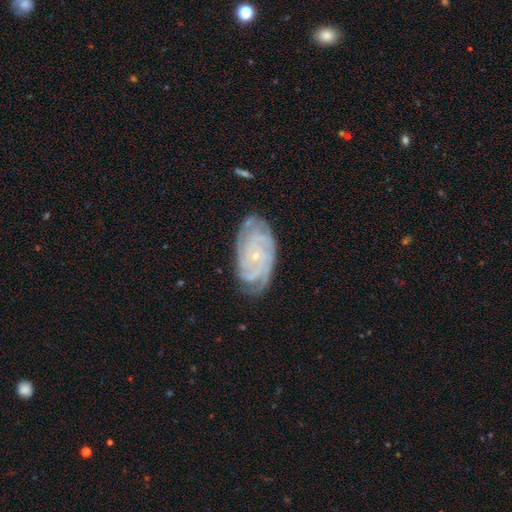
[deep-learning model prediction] This appears to be a featured or disk galaxy (86%) with no bar (76%), 4 (28%) tight (78%) spiral arms (98%) and a small central bulge (84%). Merging: none (77%).